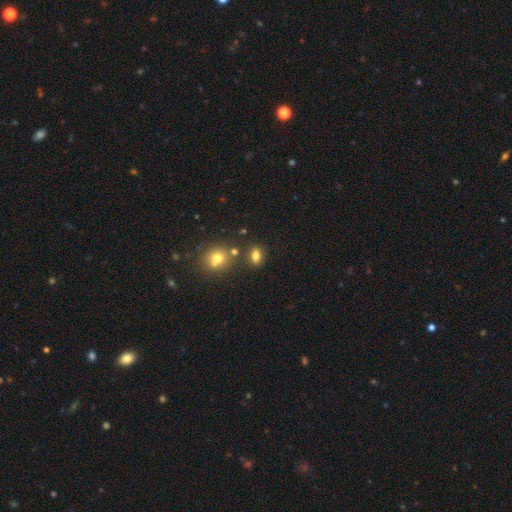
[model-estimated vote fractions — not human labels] Smooth or featured: smooth — 76% (star or artifact — 14%)
How rounded: in between — 74% (round — 21%)
Merging: none — 77% (minor disturbance — 11%)